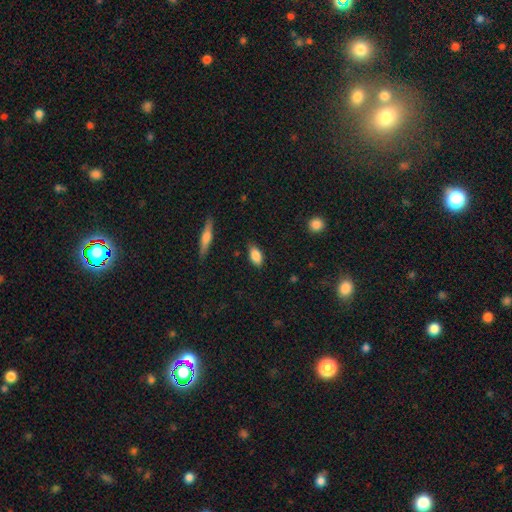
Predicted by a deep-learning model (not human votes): A smooth galaxy with no disk features (85%) that is in between round and cigar-shaped (88%).

Vote fractions:
- Smooth or featured? smooth: 85% / featured or disk: 8% / star or artifact: 7%
- How rounded? in between: 88% / cigar-shaped: 7% / round: 5%
- Merging? none: 83% / minor disturbance: 13% / major disturbance: 3% / merger: 1%